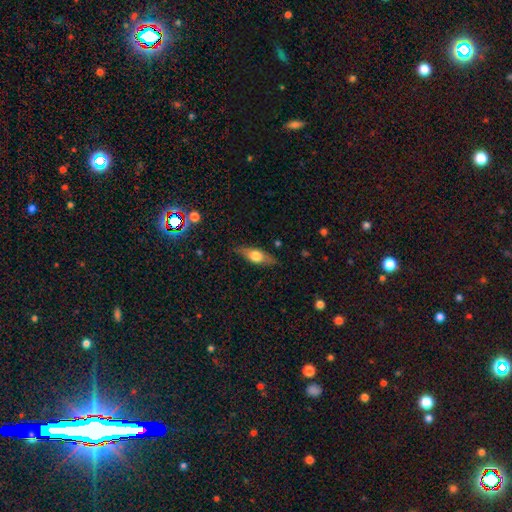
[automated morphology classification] Smooth or featured: smooth — 52% (featured or disk — 41%)
How rounded: in between — 63% (cigar-shaped — 32%)
Merging: none — 81% (minor disturbance — 15%)